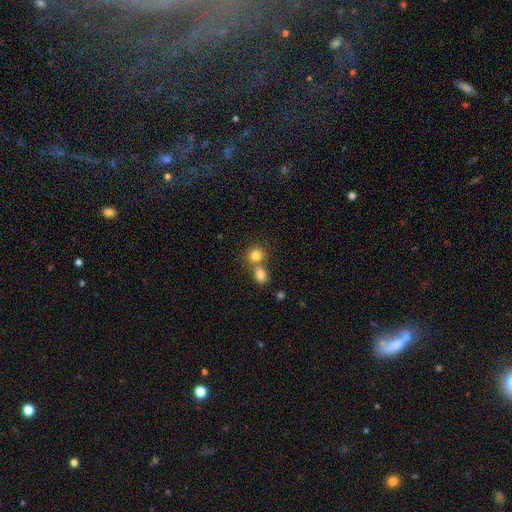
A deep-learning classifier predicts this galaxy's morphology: Overall: smooth (80%). How rounded: round (79%). Merging: none (47%; merger 43%).